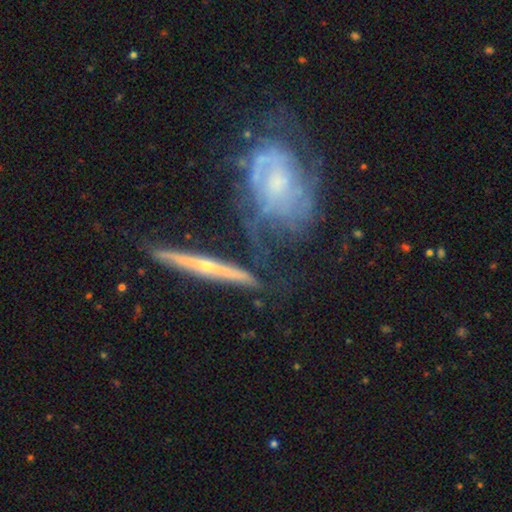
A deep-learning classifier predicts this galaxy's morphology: A featured or disk galaxy (74%) viewed edge-on (67%). Merging: none (61%).